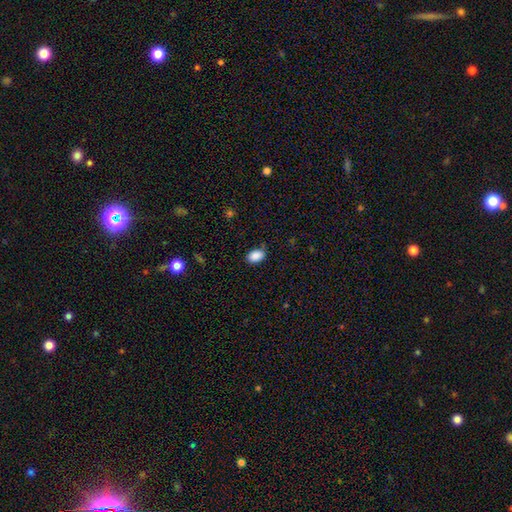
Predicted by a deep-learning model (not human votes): A smooth galaxy with no disk features (89%) that is in between round and cigar-shaped (85%). Merging: none (83%).